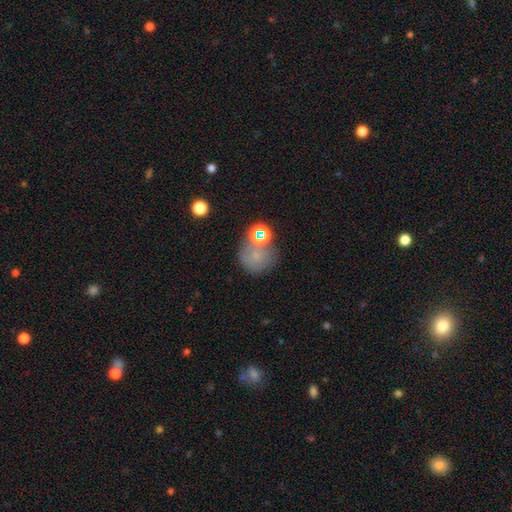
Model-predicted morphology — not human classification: type=smooth (58%); roundness=round (76%); merging=none (53%).